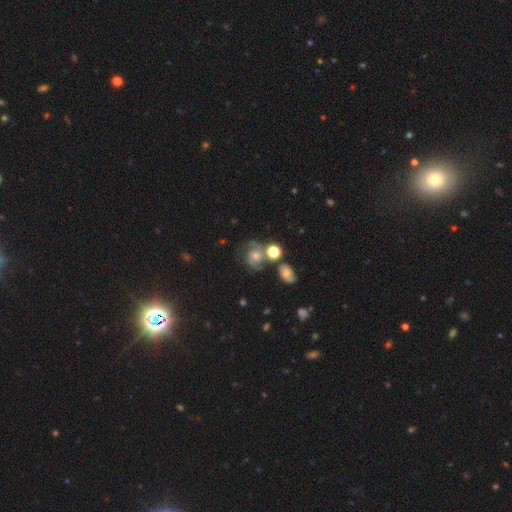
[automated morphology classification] featured or disk 60%, smooth 26%, star or artifact 13%. Down the decision tree: edge-on disk — no (97%); bar — no (72%); spiral arms — yes (90%); spiral arm count — 2 (70%); spiral winding — medium (48%); bulge size — moderate (53%); merging — none (55%).